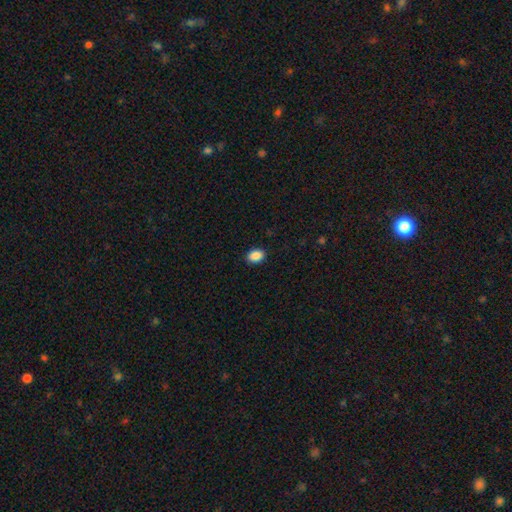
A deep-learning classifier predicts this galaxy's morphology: A smooth galaxy with no disk features (89%) that is in between round and cigar-shaped (78%).

Vote fractions:
- Smooth or featured? smooth: 89% / star or artifact: 8% / featured or disk: 3%
- How rounded? in between: 78% / round: 21% / cigar-shaped: 1%
- Merging? none: 90% / minor disturbance: 7% / major disturbance: 2% / merger: 1%